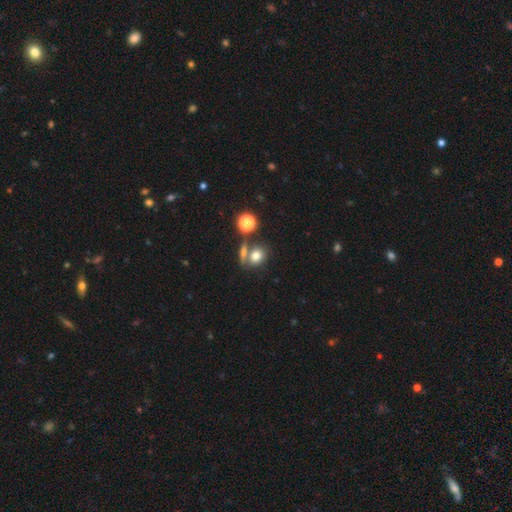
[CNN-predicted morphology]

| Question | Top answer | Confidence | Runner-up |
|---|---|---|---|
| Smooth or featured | smooth | 74% | star or artifact (14%) |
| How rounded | round | 53% | in between (45%) |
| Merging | none | 55% | merger (30%) |